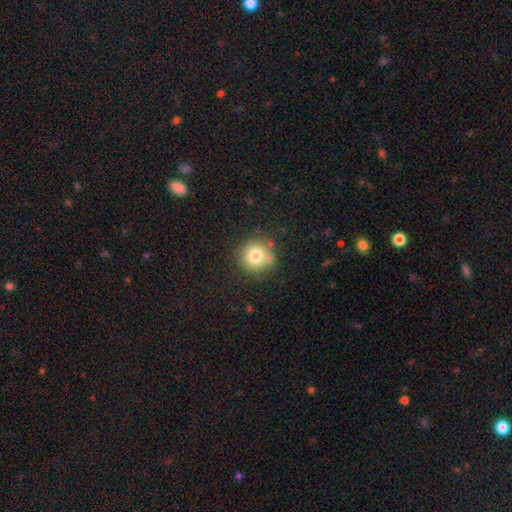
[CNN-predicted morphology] The model was most divided on "merging": none: 78%, minor disturbance: 15%, major disturbance: 4%, merger: 3%. More confident: how rounded — round (92%); smooth or featured — smooth (77%).